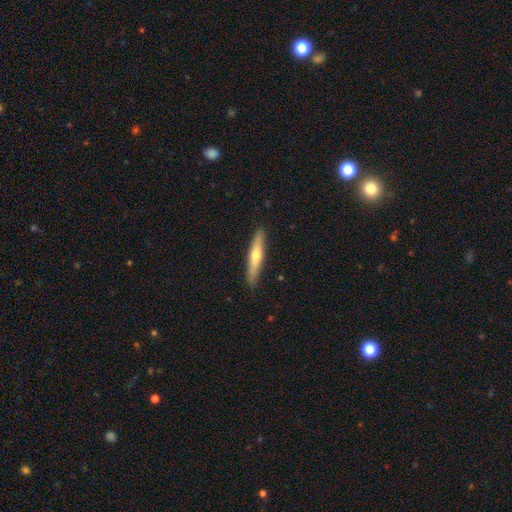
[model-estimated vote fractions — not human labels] smooth 48%, featured or disk 47%, star or artifact 5%. Down the decision tree: merging — none (91%).